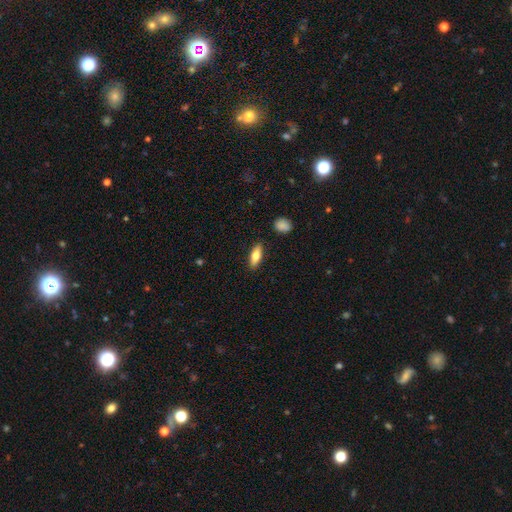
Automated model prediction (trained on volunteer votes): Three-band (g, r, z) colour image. It shows a smooth galaxy with no disk features (69%) that is in between round and cigar-shaped (64%). Merging: none (87%).